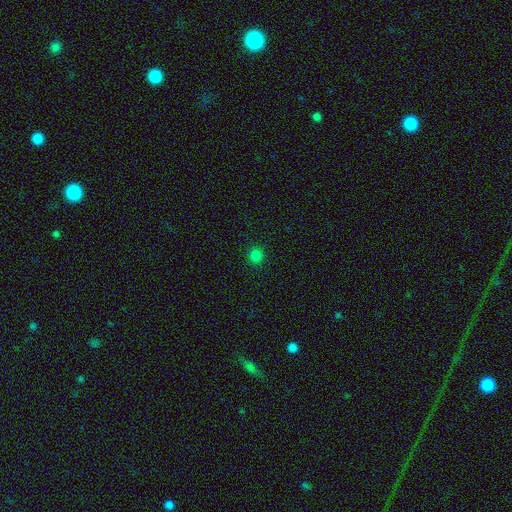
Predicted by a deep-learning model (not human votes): smooth_or_featured: smooth (p=0.82) [alt: star or artifact p=0.15]
how_rounded: round (p=0.93) [alt: in between p=0.06]
merging: none (p=0.92) [alt: minor disturbance p=0.05]